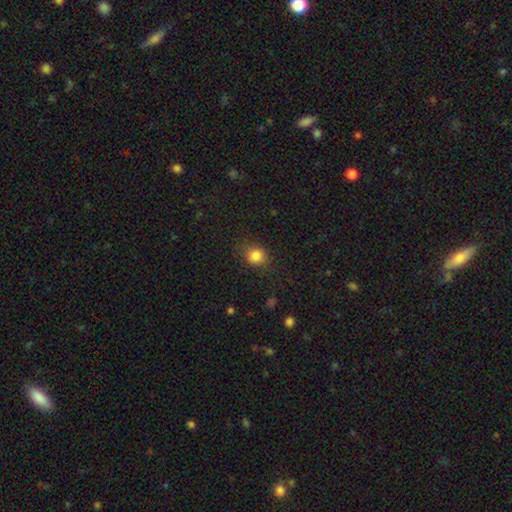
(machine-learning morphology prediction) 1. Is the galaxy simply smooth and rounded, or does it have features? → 83% smooth, 11% star or artifact, 5% featured or disk.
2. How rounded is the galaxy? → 74% round, 25% in between, 1% cigar-shaped.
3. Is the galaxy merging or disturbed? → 81% none, 14% minor disturbance, 4% major disturbance, 1% merger.